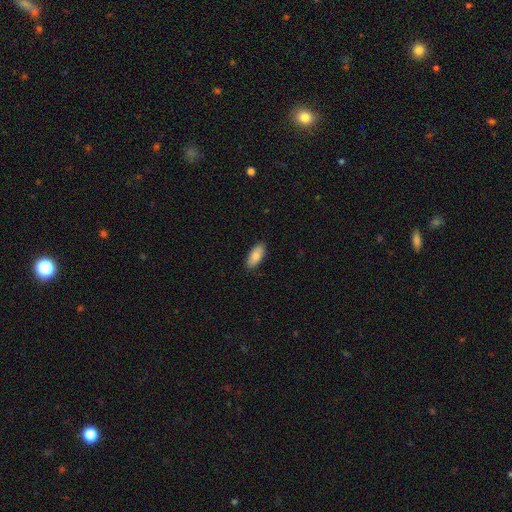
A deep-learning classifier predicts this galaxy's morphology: type=smooth (84%); roundness=in between (89%); merging=none (88%).